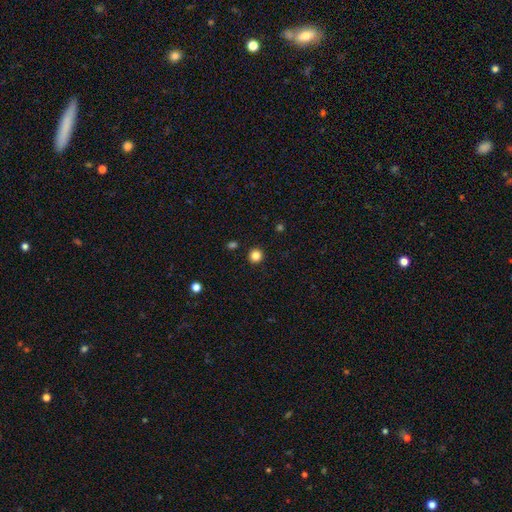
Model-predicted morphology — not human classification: Smooth or featured? Predicted: smooth (p=0.83). How rounded? Predicted: round (p=0.95). Merging? Predicted: none (p=0.93).